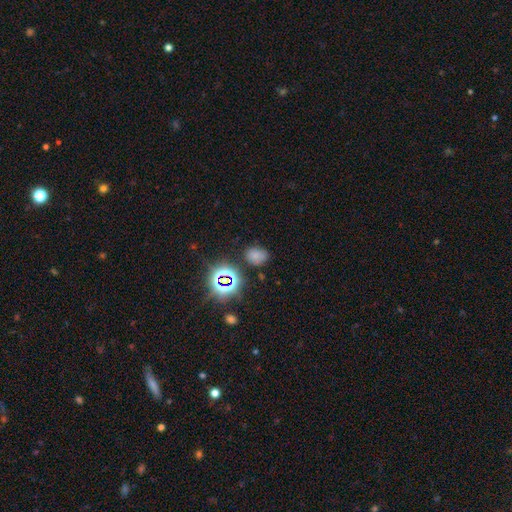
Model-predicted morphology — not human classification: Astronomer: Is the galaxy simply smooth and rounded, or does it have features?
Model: smooth — 64%.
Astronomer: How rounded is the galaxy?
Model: in between — 61% (runner-up: round, 38%).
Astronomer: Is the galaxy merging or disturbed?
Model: none — 75%.